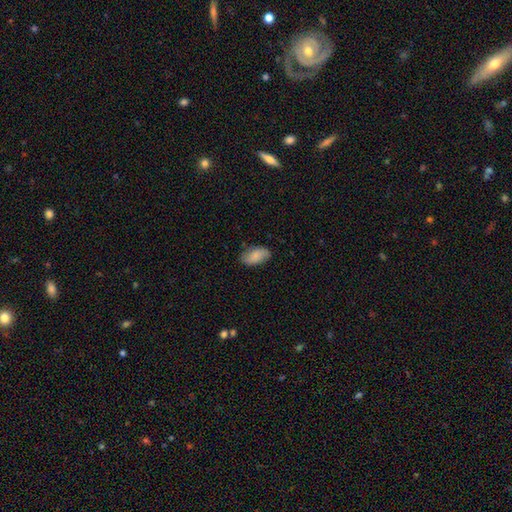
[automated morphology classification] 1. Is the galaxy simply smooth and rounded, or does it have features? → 83% smooth, 11% featured or disk, 6% star or artifact.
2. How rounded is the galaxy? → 94% in between, 3% round, 2% cigar-shaped.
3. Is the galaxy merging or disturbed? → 79% none, 16% minor disturbance, 3% major disturbance, 1% merger.